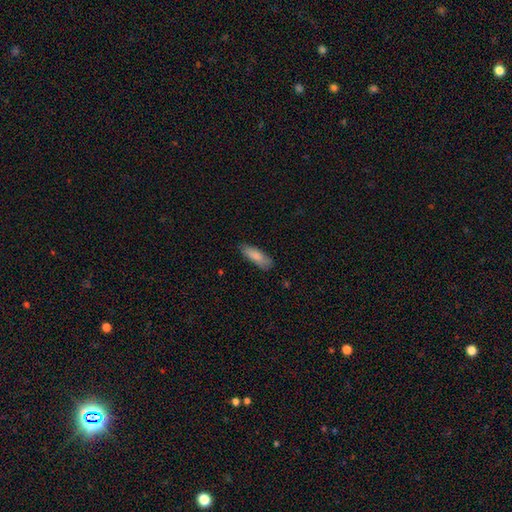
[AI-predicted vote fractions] This appears to be a smooth galaxy with no disk features (86%) that is in between round and cigar-shaped (55%). Merging: none (80%).